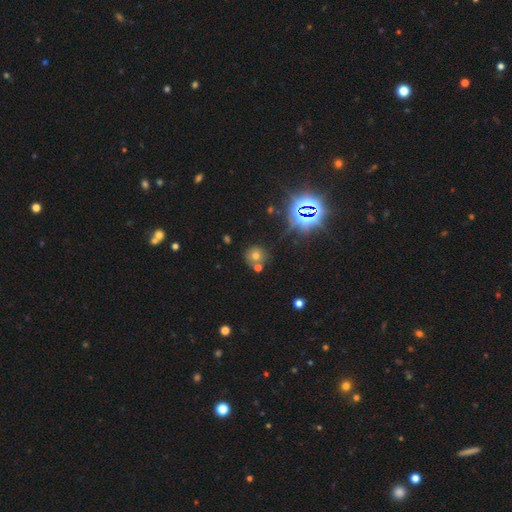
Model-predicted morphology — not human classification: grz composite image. It shows a smooth galaxy with no disk features (56%) that is round (89%). Merging: none (63%).